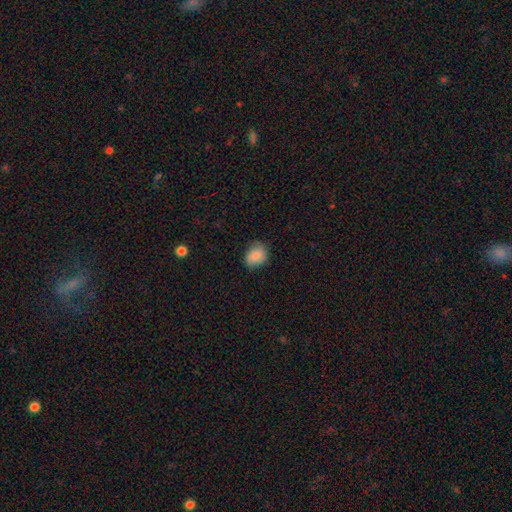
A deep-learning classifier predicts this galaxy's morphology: Q: Smooth or featured?
A: smooth (85%); runner-up: star or artifact (8%)
Q: How rounded?
A: in between (53%); runner-up: round (46%)
Q: Merging?
A: none (72%); runner-up: minor disturbance (23%)